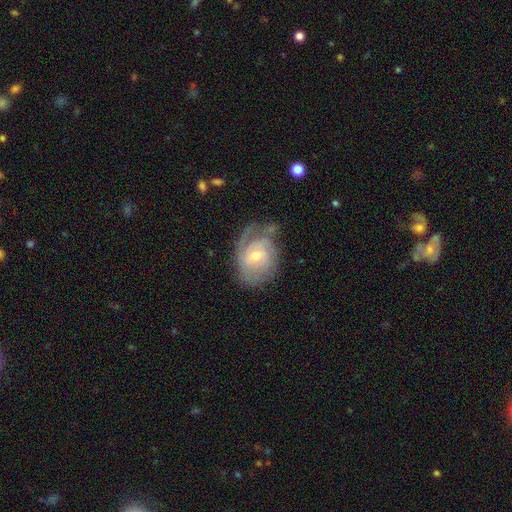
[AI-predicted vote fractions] smooth_or_featured: featured or disk (p=0.74) [alt: smooth p=0.20]
disk_edge_on: no (p=0.96) [alt: yes p=0.04]
bar: no (p=0.60) [alt: weak p=0.34]
has_spiral_arms: yes (p=0.87) [alt: no p=0.13]
spiral_winding: tight (p=0.54) [alt: medium p=0.33]
spiral_arm_count: can't tell (p=0.35) [alt: 2 p=0.30]
bulge_size: moderate (p=0.52) [alt: small p=0.44]
merging: none (p=0.48) [alt: minor disturbance p=0.29]